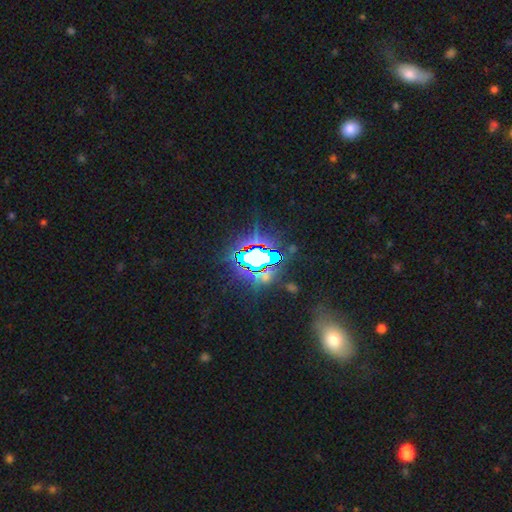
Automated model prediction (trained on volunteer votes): Q: Smooth or featured?
A: star or artifact (75%); runner-up: smooth (13%)